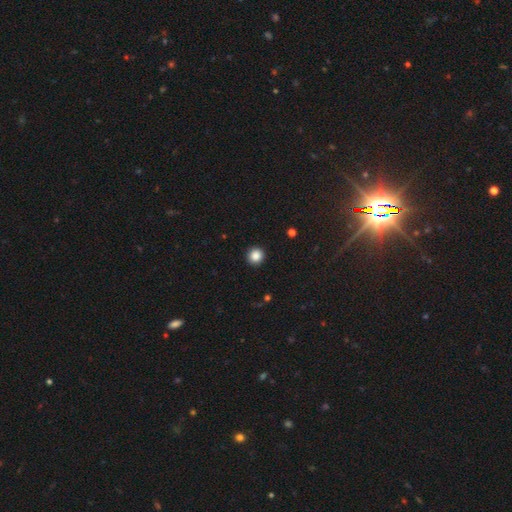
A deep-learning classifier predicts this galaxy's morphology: Q: Smooth or featured?
A: smooth (87%); runner-up: star or artifact (10%)
Q: How rounded?
A: round (94%); runner-up: in between (5%)
Q: Merging?
A: none (93%); runner-up: minor disturbance (5%)